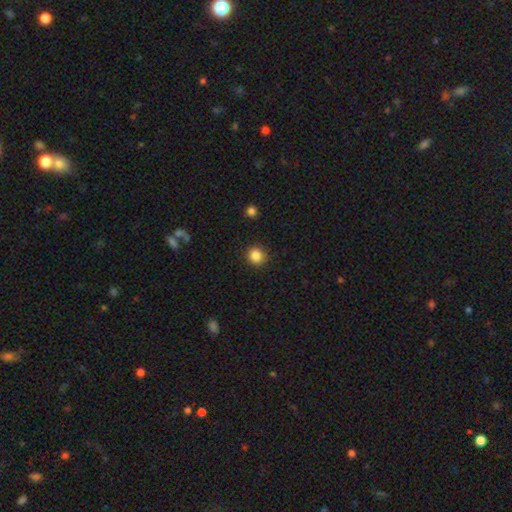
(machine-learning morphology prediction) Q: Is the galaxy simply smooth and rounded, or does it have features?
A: smooth — 85%.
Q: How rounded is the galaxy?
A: round — 86%.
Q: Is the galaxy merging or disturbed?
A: none — 89%.